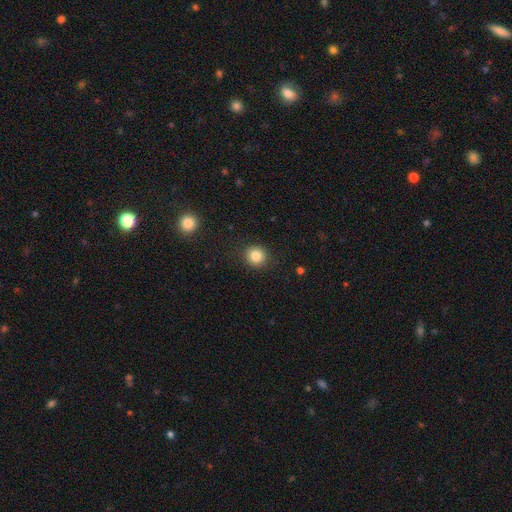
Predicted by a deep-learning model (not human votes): This is clearly a smooth galaxy (84%). How rounded: clearly round (90%). Merging: clearly none (90%).